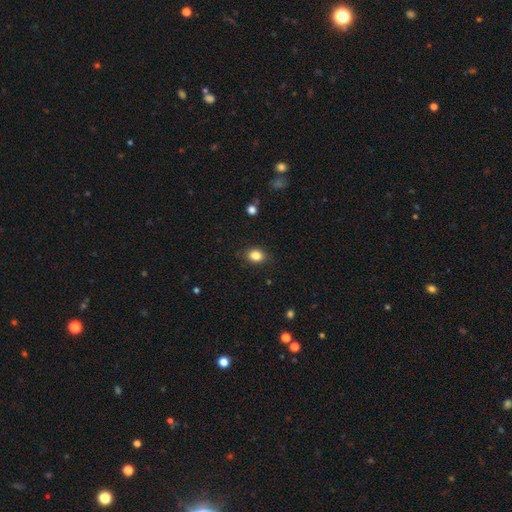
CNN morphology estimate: Smooth or featured?
  - smooth: 84% *
  - star or artifact: 10%
  - featured or disk: 6%
How rounded?
  - in between: 58% *
  - round: 41%
  - cigar-shaped: 1%
Merging?
  - none: 85% *
  - minor disturbance: 11%
  - major disturbance: 3%
  - merger: 1%